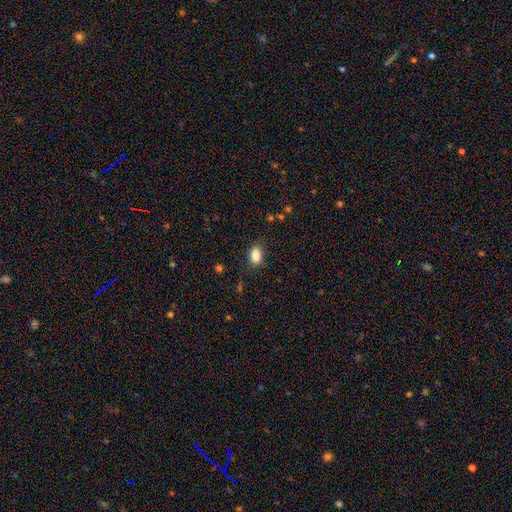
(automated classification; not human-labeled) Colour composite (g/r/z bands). It shows a smooth galaxy with no disk features (87%) that is in between round and cigar-shaped (88%). Merging: none (82%).